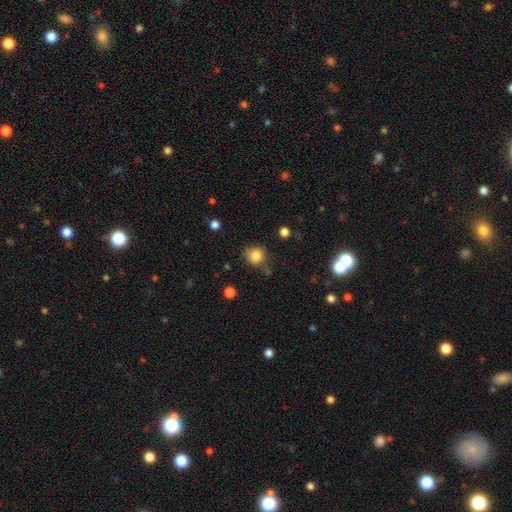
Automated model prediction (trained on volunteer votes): A smooth galaxy with no disk features (83%) that is round (86%). Merging: none (73%).